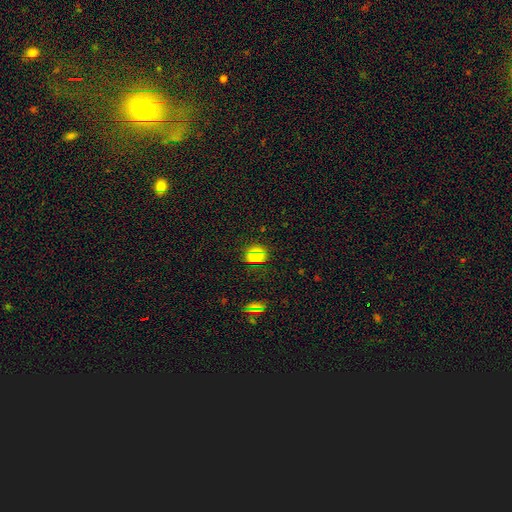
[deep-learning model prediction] smooth 65%, star or artifact 26%, featured or disk 9%. Down the decision tree: how rounded — round (62%); merging — none (83%).